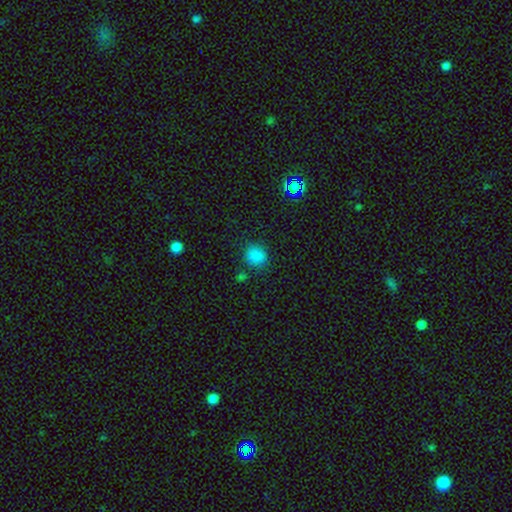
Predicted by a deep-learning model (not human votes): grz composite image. It shows a smooth galaxy with no disk features (83%) that is round (77%). Merging: none (82%).